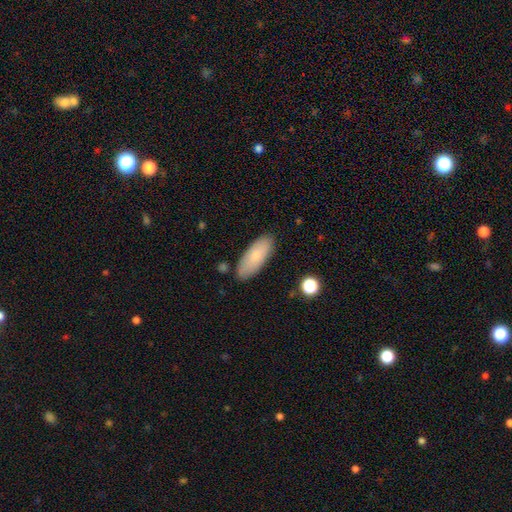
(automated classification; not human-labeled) Smooth or featured: smooth — 80% (featured or disk — 14%)
How rounded: in between — 80% (cigar-shaped — 18%)
Merging: none — 84% (minor disturbance — 12%)